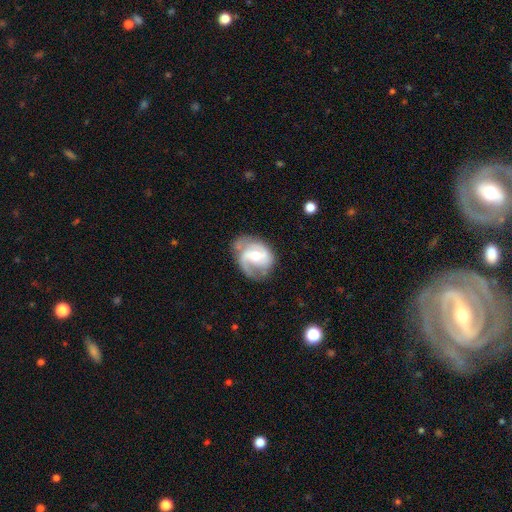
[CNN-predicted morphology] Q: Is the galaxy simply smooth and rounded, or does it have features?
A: featured or disk — 81%.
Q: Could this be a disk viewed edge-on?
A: no — 97%.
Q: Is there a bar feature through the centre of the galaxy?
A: weak — 46%.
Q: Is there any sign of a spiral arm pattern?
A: yes — 92%.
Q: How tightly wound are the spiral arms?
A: medium — 48%.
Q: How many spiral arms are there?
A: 2 — 68%.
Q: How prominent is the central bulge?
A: moderate — 64%.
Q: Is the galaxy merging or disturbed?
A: none — 59%.